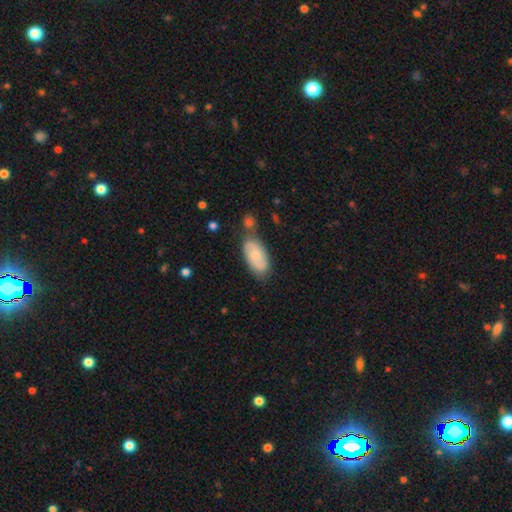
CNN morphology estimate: Smooth or featured?
  - smooth: 62% *
  - featured or disk: 32%
  - star or artifact: 6%
How rounded?
  - in between: 90% *
  - cigar-shaped: 7%
  - round: 3%
Merging?
  - none: 59% *
  - minor disturbance: 20%
  - merger: 16%
  - major disturbance: 5%